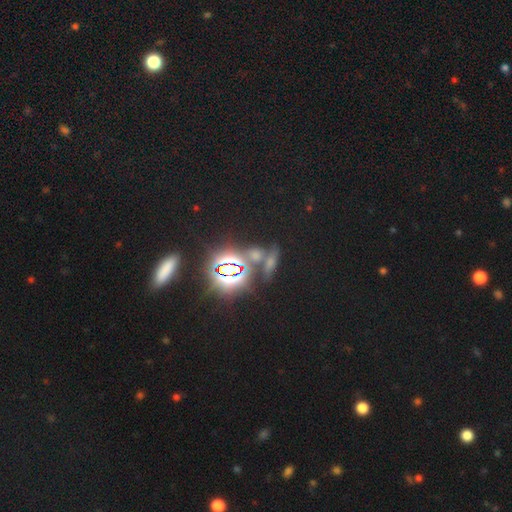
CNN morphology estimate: Smooth or featured? Predicted: star or artifact (p=0.61).